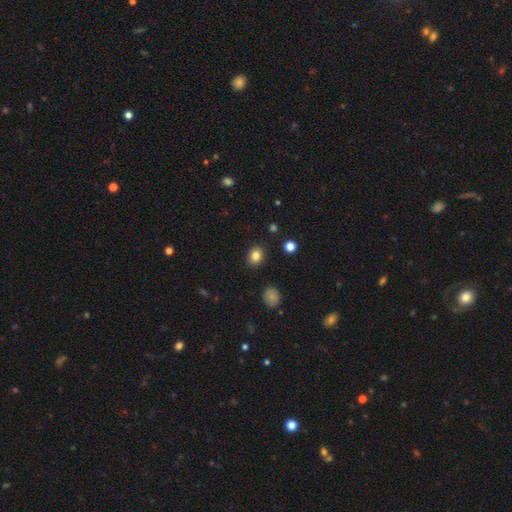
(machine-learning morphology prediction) Smooth or featured? Predicted: smooth (p=0.84). How rounded? Predicted: in between (p=0.53). Merging? Predicted: none (p=0.88).